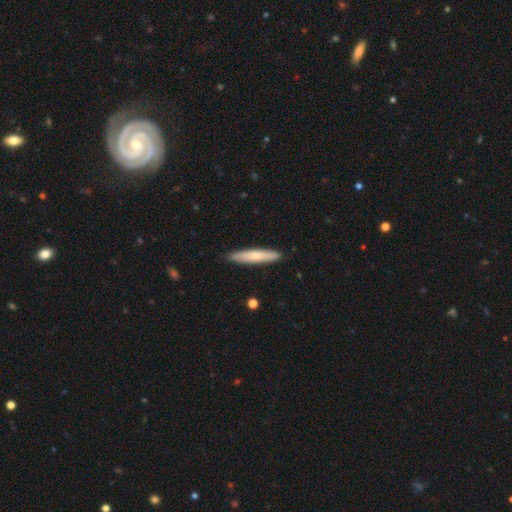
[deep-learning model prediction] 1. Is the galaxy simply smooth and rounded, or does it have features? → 65% smooth, 29% featured or disk, 5% star or artifact.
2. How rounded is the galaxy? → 91% cigar-shaped, 8% in between, 1% round.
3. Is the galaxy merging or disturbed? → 89% none, 8% minor disturbance, 1% major disturbance, 1% merger.